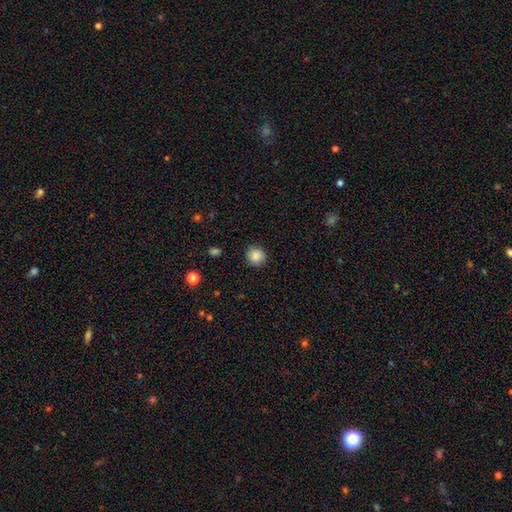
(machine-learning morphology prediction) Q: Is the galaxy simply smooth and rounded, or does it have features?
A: smooth — 87%.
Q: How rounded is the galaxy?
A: round — 88%.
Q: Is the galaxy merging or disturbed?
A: none — 89%.